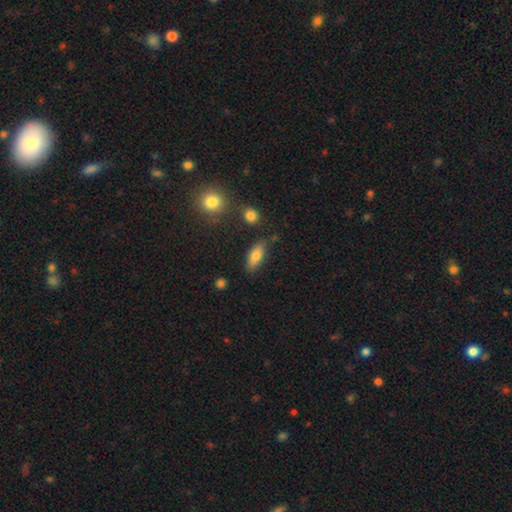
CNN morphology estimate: Smooth or featured: smooth — 74% (featured or disk — 18%)
How rounded: in between — 70% (cigar-shaped — 27%)
Merging: none — 79% (minor disturbance — 13%)